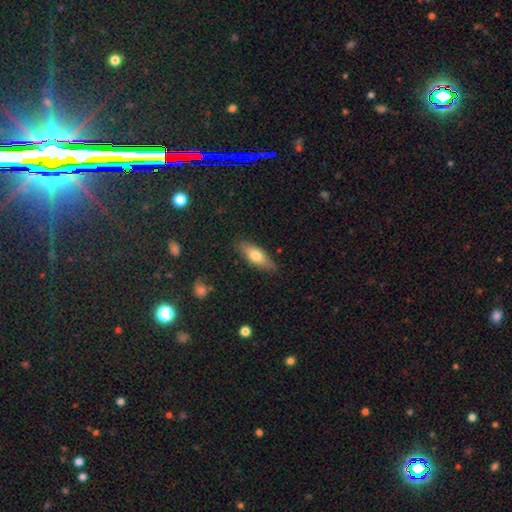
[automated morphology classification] Smooth or featured: smooth — 69% (featured or disk — 24%)
How rounded: in between — 67% (cigar-shaped — 30%)
Merging: none — 84% (minor disturbance — 13%)